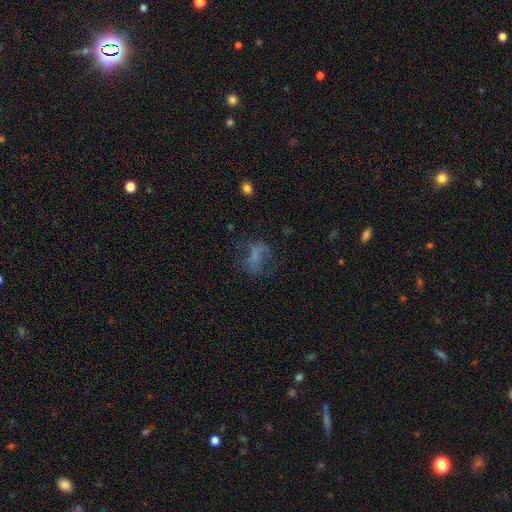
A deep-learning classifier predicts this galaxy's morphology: Smooth or featured?
  - smooth: 43% *
  - featured or disk: 38%
  - star or artifact: 19%
Merging?
  - none: 44% *
  - major disturbance: 32%
  - minor disturbance: 20%
  - merger: 3%